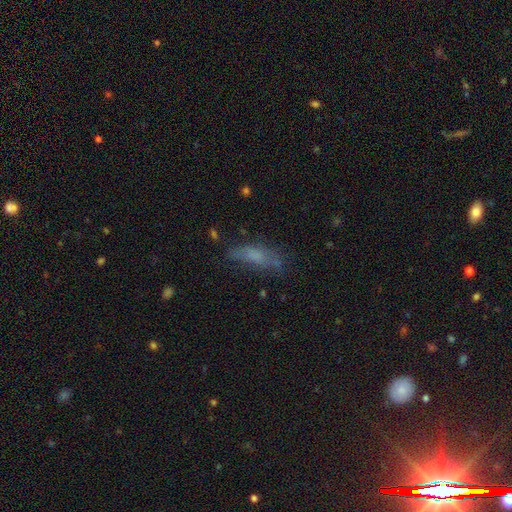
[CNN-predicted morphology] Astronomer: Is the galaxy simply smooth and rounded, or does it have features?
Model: smooth — 59%.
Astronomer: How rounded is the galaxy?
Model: in between — 49% (runner-up: cigar-shaped, 48%).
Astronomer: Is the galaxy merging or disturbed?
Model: none — 56%.